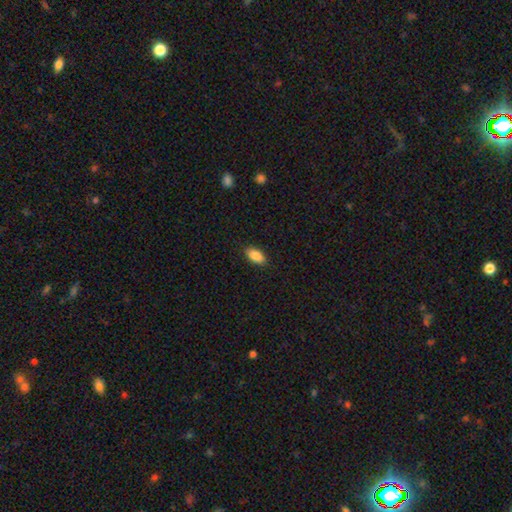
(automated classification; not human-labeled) Morphology: type=smooth (88%); roundness=in between (91%); merging=none (88%).